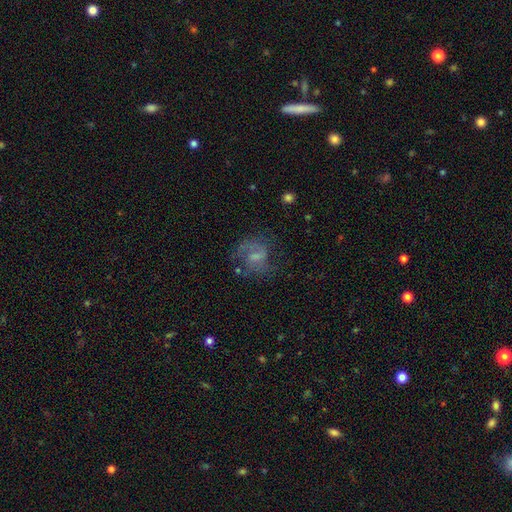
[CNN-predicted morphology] smooth-or-featured: featured or disk: 64% | smooth: 25% | star or artifact: 11%
  disk-edge-on: no: 97% | yes: 3%
    bar: weak: 52% | no: 34% | strong: 13%
    has-spiral-arms: yes: 80% | no: 20%
    bulge-size: small: 38% | none: 28% | moderate: 28% | large: 4% | dominant: 1%
  merging: none: 54% | major disturbance: 23% | minor disturbance: 21% | merger: 3%